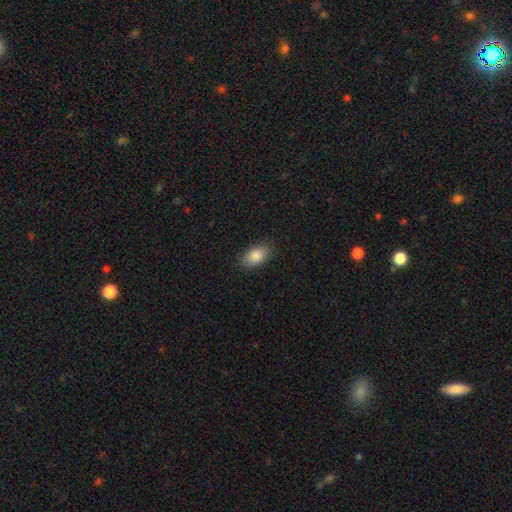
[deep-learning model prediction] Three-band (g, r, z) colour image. It shows a smooth galaxy with no disk features (85%) that is in between round and cigar-shaped (92%). Merging: none (86%).